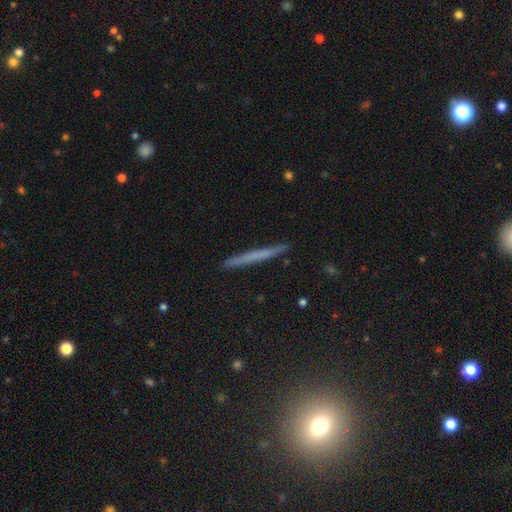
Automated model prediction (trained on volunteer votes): Overall: smooth (49%; featured or disk 43%). Merging: none (91%).